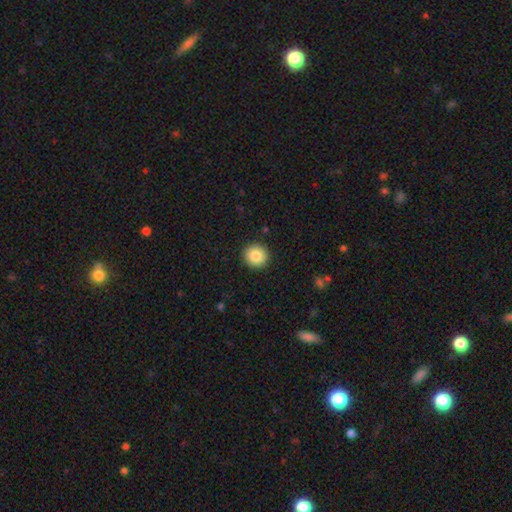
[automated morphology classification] Smooth or featured? Predicted: smooth (p=0.86). How rounded? Predicted: round (p=0.92). Merging? Predicted: none (p=0.92).